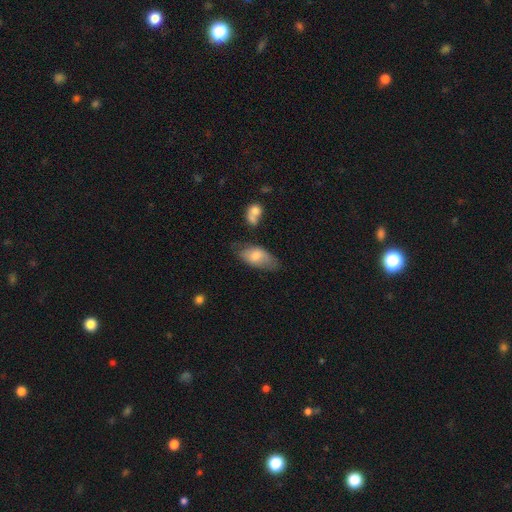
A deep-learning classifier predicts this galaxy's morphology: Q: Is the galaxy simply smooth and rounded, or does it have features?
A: smooth — 71%.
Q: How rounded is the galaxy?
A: in between — 91%.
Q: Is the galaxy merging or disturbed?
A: none — 58%.